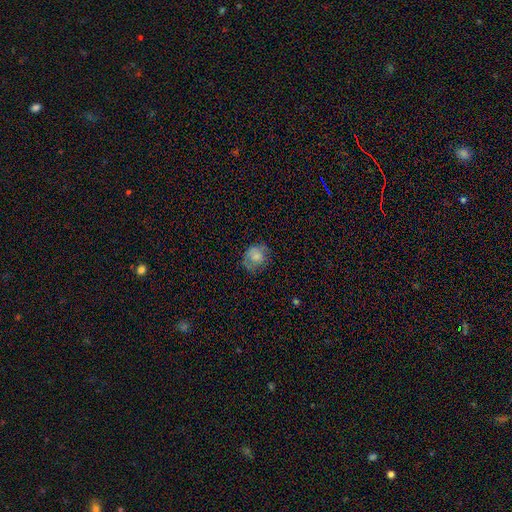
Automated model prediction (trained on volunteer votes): A smooth galaxy with no disk features (70%) that is round (74%).

Vote fractions:
- Smooth or featured? smooth: 70% / featured or disk: 21% / star or artifact: 9%
- How rounded? round: 74% / in between: 26% / cigar-shaped: 1%
- Merging? none: 64% / minor disturbance: 24% / major disturbance: 11% / merger: 1%